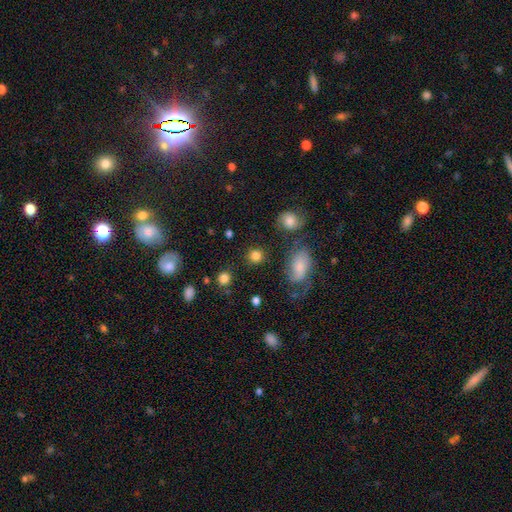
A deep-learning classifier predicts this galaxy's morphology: Smooth or featured: smooth — 82% (star or artifact — 11%)
How rounded: round — 87% (in between — 11%)
Merging: none — 84% (minor disturbance — 8%)